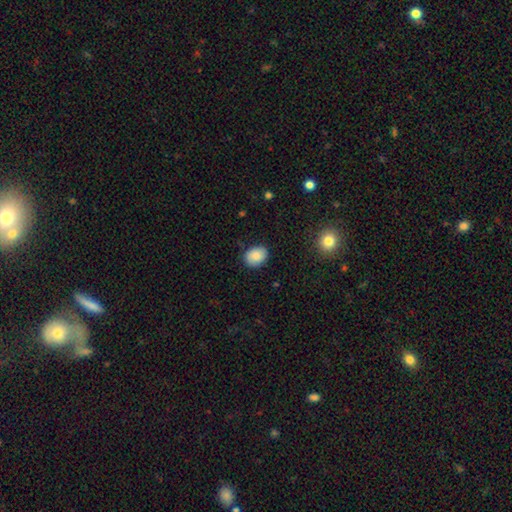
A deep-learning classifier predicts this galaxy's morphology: smooth_or_featured: smooth (p=0.86) [alt: star or artifact p=0.08]
how_rounded: in between (p=0.61) [alt: round p=0.39]
merging: none (p=0.83) [alt: minor disturbance p=0.13]